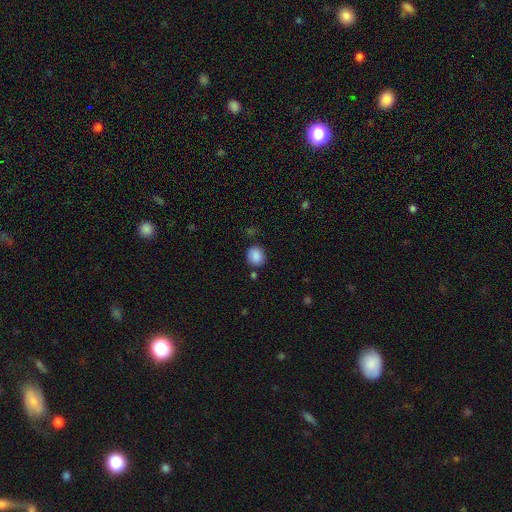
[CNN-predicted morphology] Smooth or featured? Predicted: smooth (p=0.88). How rounded? Predicted: round (p=0.77). Merging? Predicted: none (p=0.81).